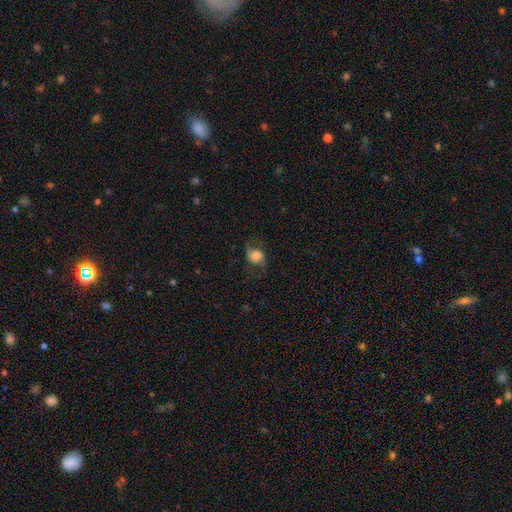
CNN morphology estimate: Smooth or featured: featured or disk — 46% (smooth — 44%)
Merging: none — 64% (minor disturbance — 20%)